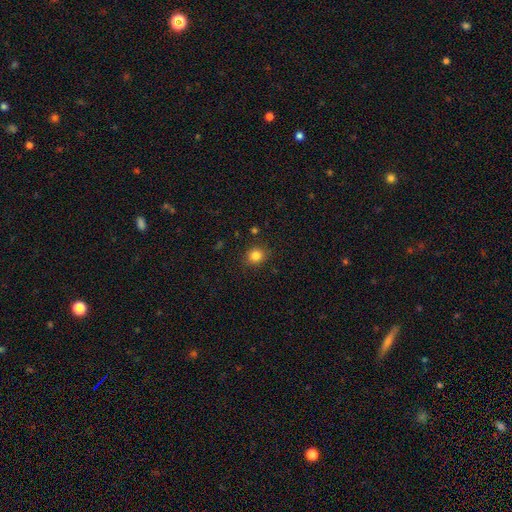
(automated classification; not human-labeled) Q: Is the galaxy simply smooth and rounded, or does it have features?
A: smooth — 84%.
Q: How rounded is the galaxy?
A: round — 77%.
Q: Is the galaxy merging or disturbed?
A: none — 87%.